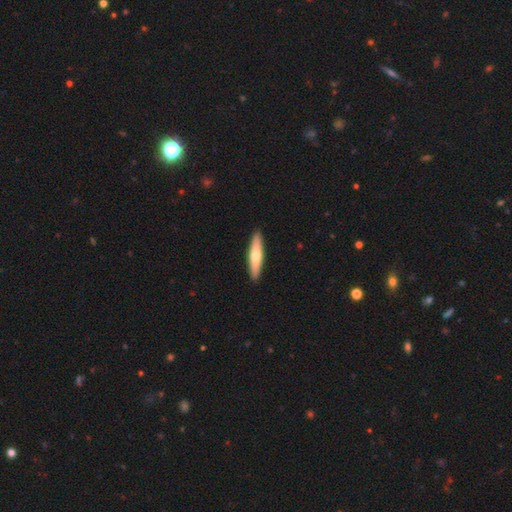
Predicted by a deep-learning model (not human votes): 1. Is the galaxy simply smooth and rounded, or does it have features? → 62% smooth, 33% featured or disk, 5% star or artifact.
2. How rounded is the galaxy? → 80% cigar-shaped, 18% in between, 1% round.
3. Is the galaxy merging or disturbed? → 92% none, 6% minor disturbance, 1% major disturbance, 1% merger.